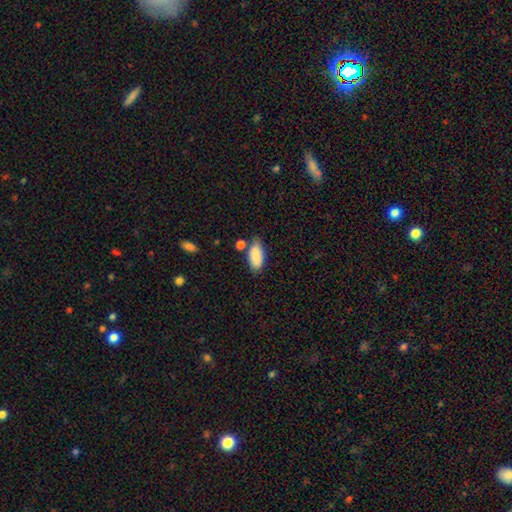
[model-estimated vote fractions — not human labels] This appears to be a smooth galaxy with no disk features (88%) that is in between round and cigar-shaped (91%). Merging: none (65%).